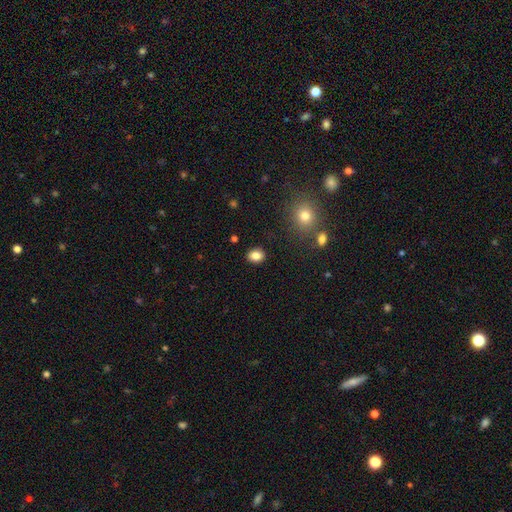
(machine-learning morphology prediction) Q: Smooth or featured?
A: smooth (85%); runner-up: star or artifact (10%)
Q: How rounded?
A: round (51%); runner-up: in between (48%)
Q: Merging?
A: none (88%); runner-up: minor disturbance (8%)